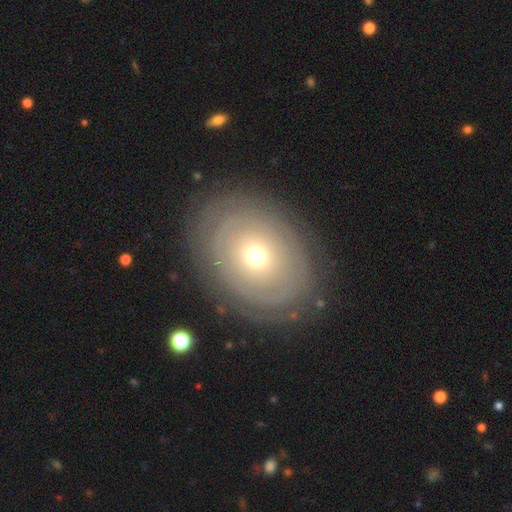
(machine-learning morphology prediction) Overall: featured or disk (58%; smooth 34%). Edge-on disk: no (94%). Bar: no (89%). Spiral arms: no (54%; yes 46%). Bulge size: small (49%; moderate 45%). Merging: none (81%).